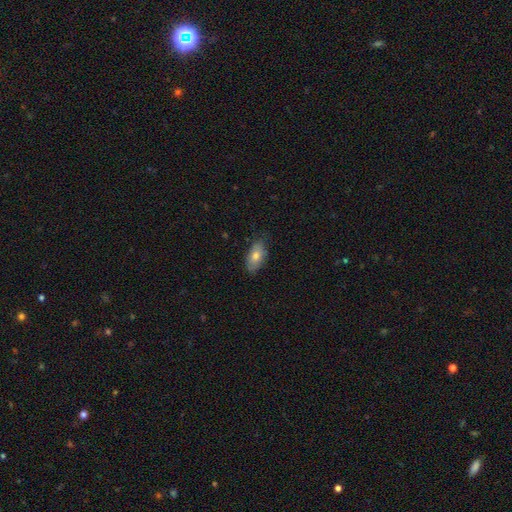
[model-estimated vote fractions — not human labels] This appears to be a smooth galaxy with no disk features (70%) that is in between round and cigar-shaped (90%). Merging: none (80%).